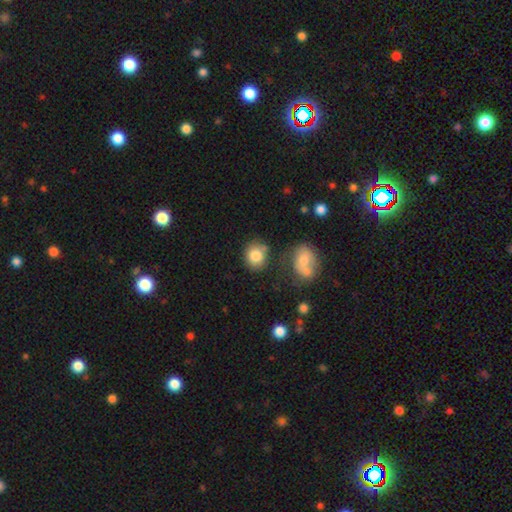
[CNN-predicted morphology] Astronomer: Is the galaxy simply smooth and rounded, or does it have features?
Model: smooth — 82%.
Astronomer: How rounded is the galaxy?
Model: round — 70%.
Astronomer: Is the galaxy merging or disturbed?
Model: none — 69%.